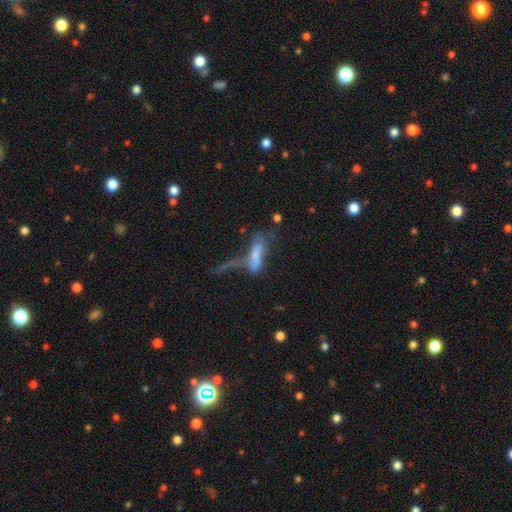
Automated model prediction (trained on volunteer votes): This is possibly a smooth galaxy (52%). How rounded: possibly in between (49%). Merging: possibly major disturbance (45%).